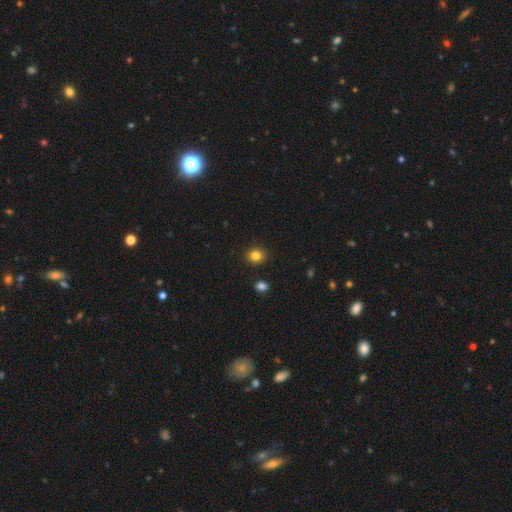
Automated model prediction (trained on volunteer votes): A smooth galaxy with no disk features (84%) that is round (74%). Merging: none (90%).